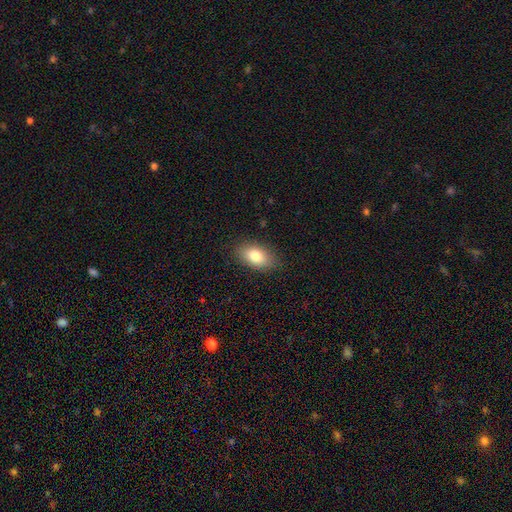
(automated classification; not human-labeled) smooth-or-featured: smooth: 81% | featured or disk: 12% | star or artifact: 8%
  how-rounded: in between: 90% | round: 7% | cigar-shaped: 3%
  merging: none: 87% | minor disturbance: 10% | major disturbance: 3% | merger: 1%